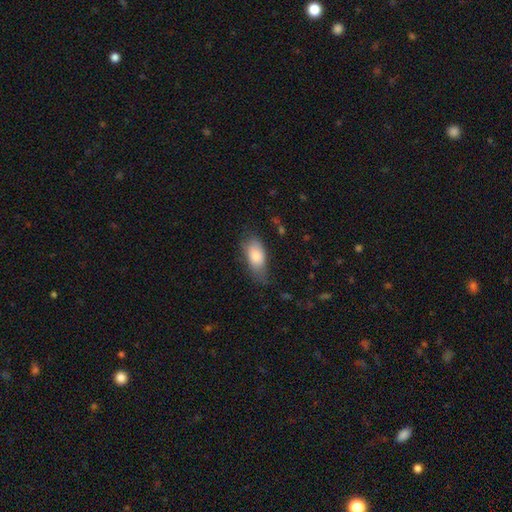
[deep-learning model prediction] Smooth or featured?
  - smooth: 81% *
  - featured or disk: 12%
  - star or artifact: 7%
How rounded?
  - in between: 89% *
  - cigar-shaped: 8%
  - round: 4%
Merging?
  - none: 58% *
  - minor disturbance: 31%
  - major disturbance: 9%
  - merger: 2%